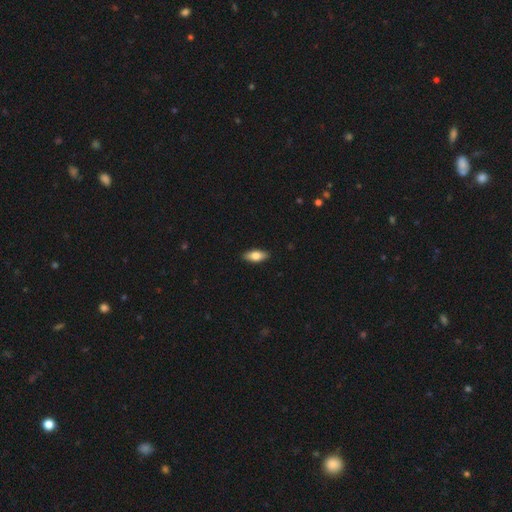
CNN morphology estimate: Smooth or featured?
  - smooth: 75% *
  - featured or disk: 18%
  - star or artifact: 6%
How rounded?
  - in between: 82% *
  - cigar-shaped: 16%
  - round: 3%
Merging?
  - none: 90% *
  - minor disturbance: 8%
  - major disturbance: 2%
  - merger: 1%